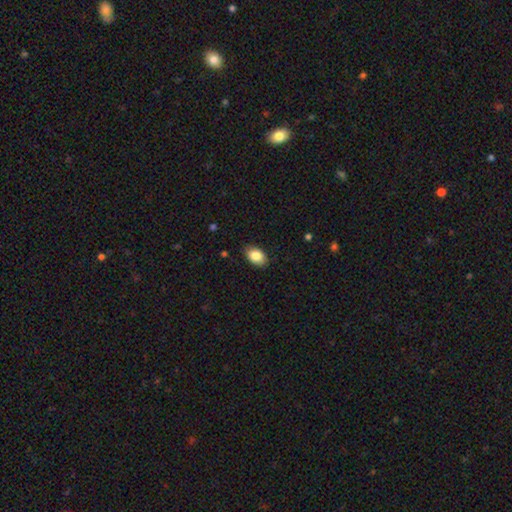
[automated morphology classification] Q: Smooth or featured?
A: smooth (86%); runner-up: star or artifact (7%)
Q: How rounded?
A: in between (88%); runner-up: round (11%)
Q: Merging?
A: none (86%); runner-up: minor disturbance (11%)